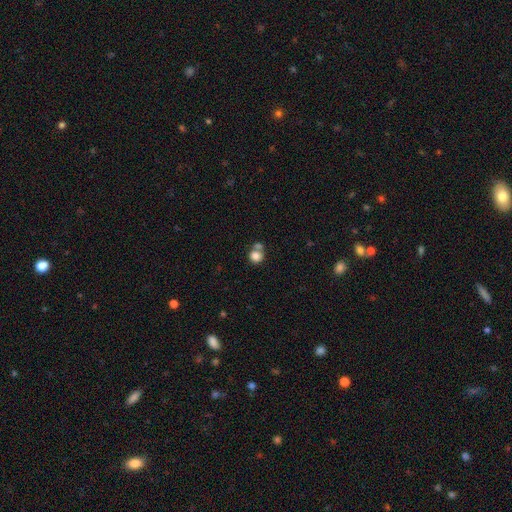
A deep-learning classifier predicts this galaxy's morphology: This is clearly a smooth galaxy (81%). How rounded: clearly round (82%). Merging: possibly none (46%).